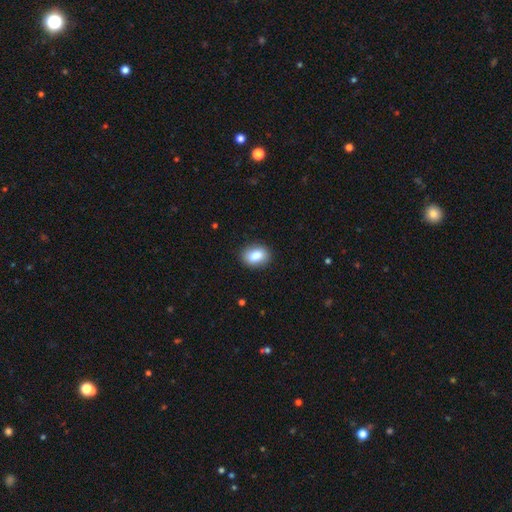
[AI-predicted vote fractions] smooth-or-featured: smooth: 85% | star or artifact: 8% | featured or disk: 7%
  how-rounded: in between: 73% | round: 25% | cigar-shaped: 1%
  merging: none: 88% | minor disturbance: 9% | major disturbance: 2% | merger: 1%